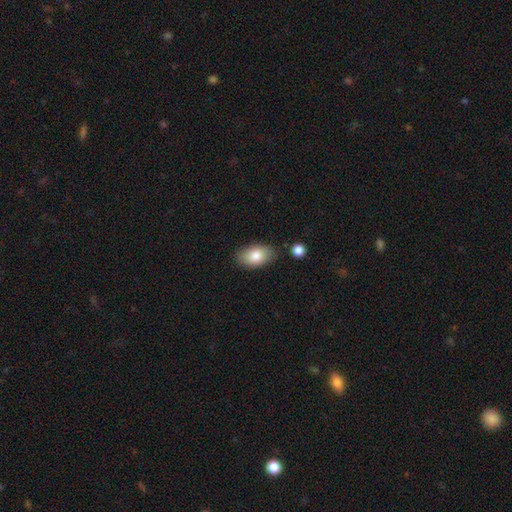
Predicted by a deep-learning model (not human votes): A smooth galaxy with no disk features (82%) that is in between round and cigar-shaped (92%). Merging: none (82%).